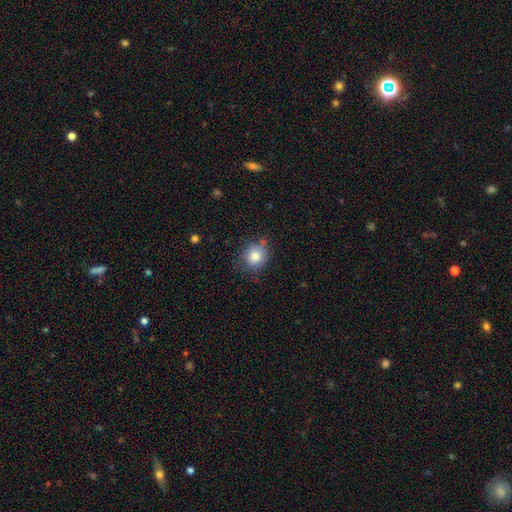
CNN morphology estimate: Smooth or featured? smooth (82%)
How rounded? round (71%)
Merging? none (68%)